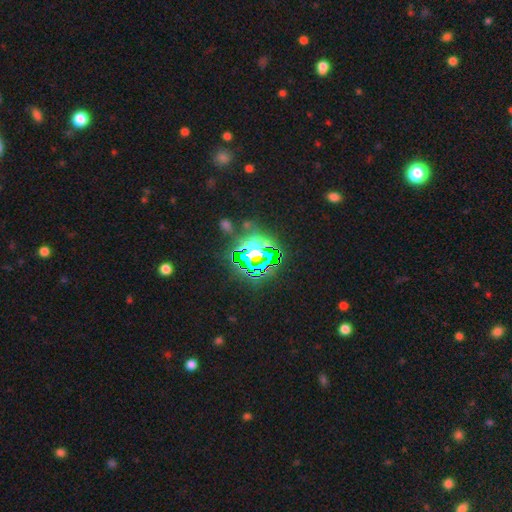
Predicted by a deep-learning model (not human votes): A star or artifact, not a galaxy (75%).

Vote fractions:
- Smooth or featured? star or artifact: 75% / smooth: 15% / featured or disk: 10%